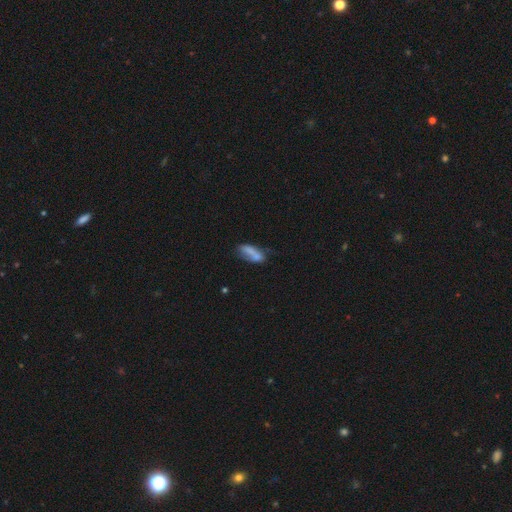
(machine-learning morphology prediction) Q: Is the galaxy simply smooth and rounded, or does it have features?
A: smooth — 65%.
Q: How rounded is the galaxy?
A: in between — 71%.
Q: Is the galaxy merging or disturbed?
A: none — 36%.